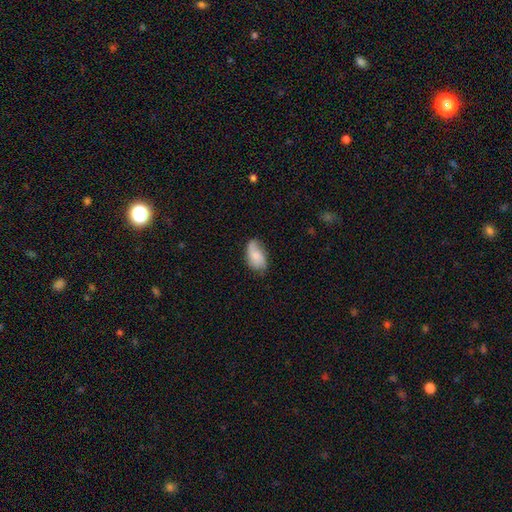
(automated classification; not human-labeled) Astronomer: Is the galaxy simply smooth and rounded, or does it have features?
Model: smooth — 59% (runner-up: featured or disk, 34%).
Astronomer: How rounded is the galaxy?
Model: in between — 91%.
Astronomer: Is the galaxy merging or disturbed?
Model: none — 58%.